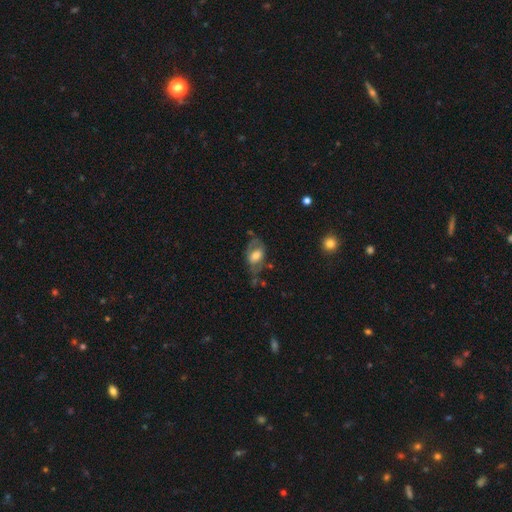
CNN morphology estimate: Smooth or featured? smooth (49%)
Merging? none (42%)